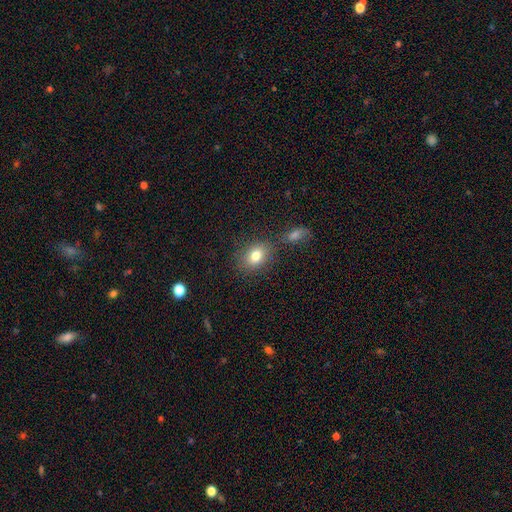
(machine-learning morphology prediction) This is likely a smooth galaxy (80%). How rounded: likely in between (64%). Merging: likely none (74%).